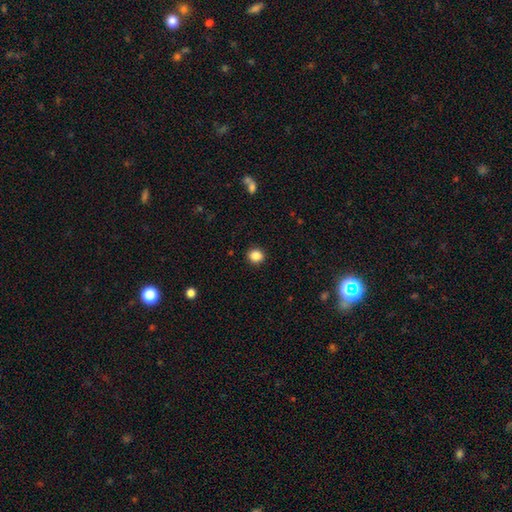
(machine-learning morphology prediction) Smooth or featured: smooth — 86% (star or artifact — 10%)
How rounded: round — 84% (in between — 15%)
Merging: none — 91% (minor disturbance — 6%)